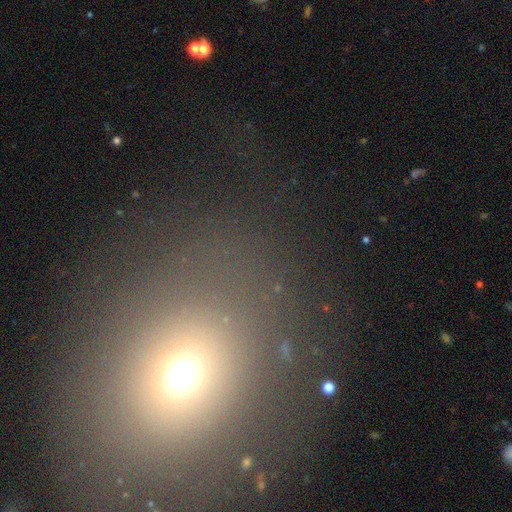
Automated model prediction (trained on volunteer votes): Morphology: type=smooth (57%); roundness=round (67%); merging=none (74%).